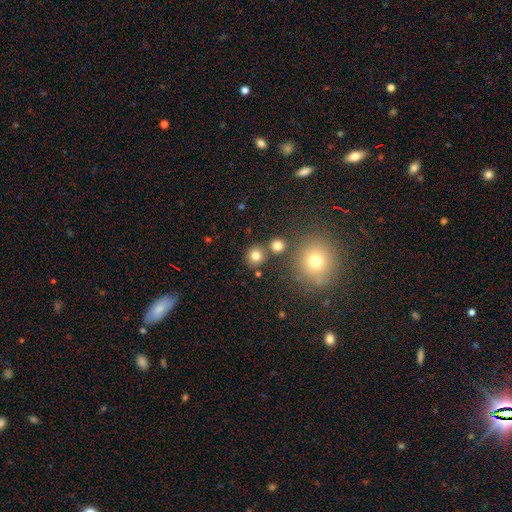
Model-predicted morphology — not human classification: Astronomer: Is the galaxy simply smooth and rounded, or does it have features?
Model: smooth — 78%.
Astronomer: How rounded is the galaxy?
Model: round — 90%.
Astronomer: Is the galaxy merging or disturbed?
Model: none — 79%.